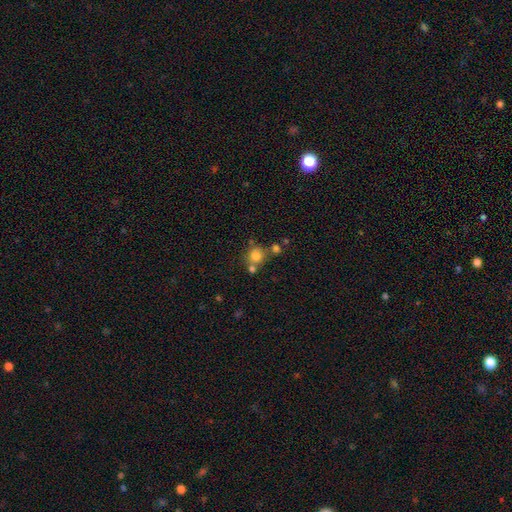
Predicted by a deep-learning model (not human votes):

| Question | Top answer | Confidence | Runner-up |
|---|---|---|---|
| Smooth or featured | smooth | 79% | star or artifact (13%) |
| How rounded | round | 88% | in between (11%) |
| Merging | none | 61% | merger (25%) |